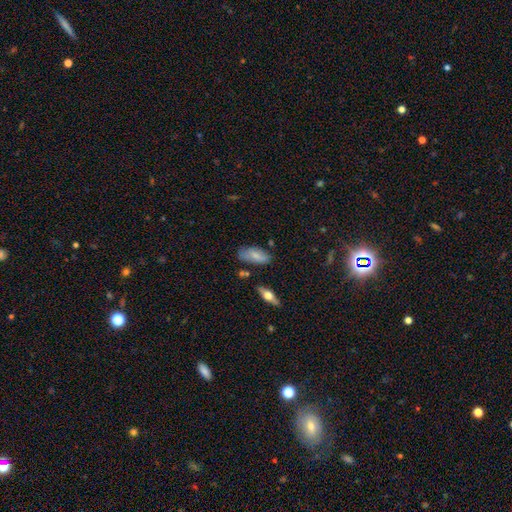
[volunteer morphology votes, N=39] Smooth or featured?
  - smooth: 69% *
  - featured or disk: 23%
  - star or artifact: 8%
How rounded?
  - in between: 85% *
  - round: 7%
  - cigar-shaped: 7%
Merging?
  - none: 67% *
  - minor disturbance: 19%
  - major disturbance: 8%
  - merger: 6%